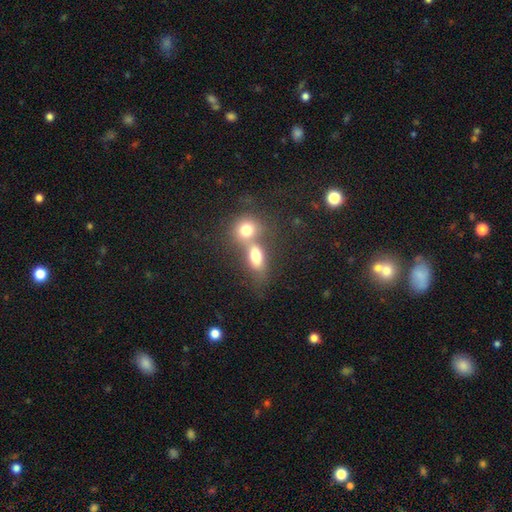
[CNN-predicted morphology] Q: Smooth or featured?
A: smooth (74%); runner-up: featured or disk (15%)
Q: How rounded?
A: in between (70%); runner-up: round (23%)
Q: Merging?
A: merger (58%); runner-up: none (29%)